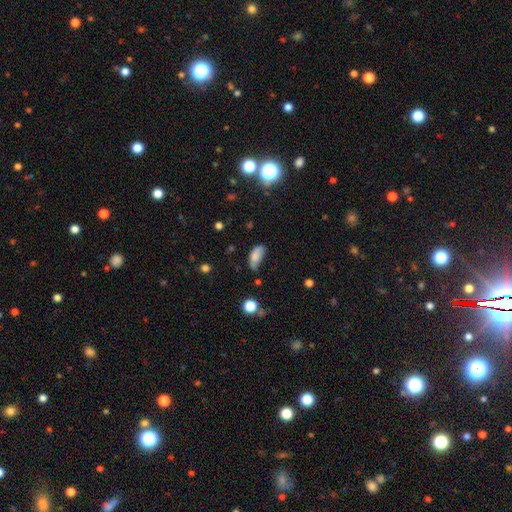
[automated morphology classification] smooth_or_featured: smooth (p=0.77) [alt: featured or disk p=0.12]
how_rounded: in between (p=0.88) [alt: cigar-shaped p=0.08]
merging: none (p=0.41) [alt: minor disturbance p=0.38]